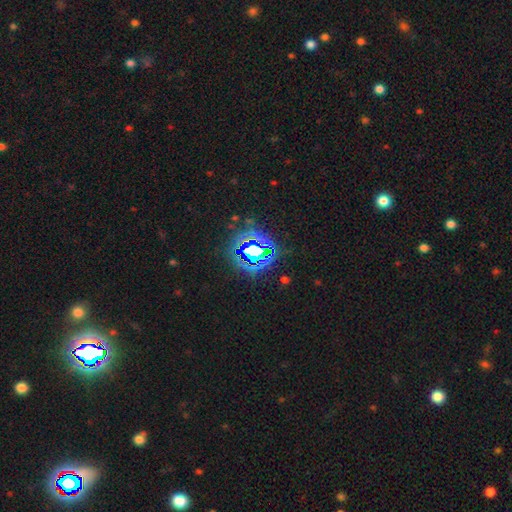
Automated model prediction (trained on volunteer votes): star or artifact 82%, smooth 10%, featured or disk 8%.